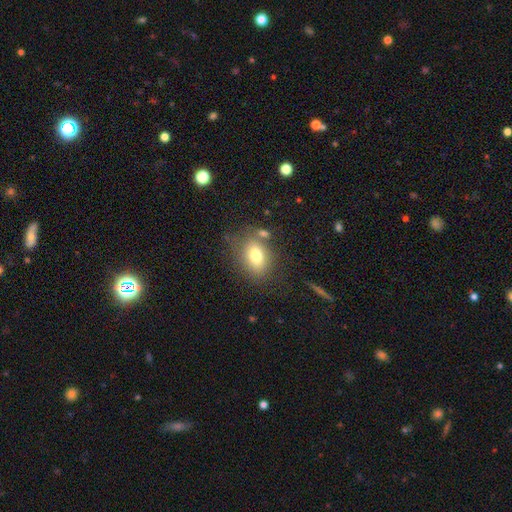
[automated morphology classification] A smooth galaxy with no disk features (76%) that is in between round and cigar-shaped (73%).

Vote fractions:
- Smooth or featured? smooth: 76% / featured or disk: 14% / star or artifact: 10%
- How rounded? in between: 73% / round: 25% / cigar-shaped: 2%
- Merging? none: 69% / minor disturbance: 16% / merger: 9% / major disturbance: 6%